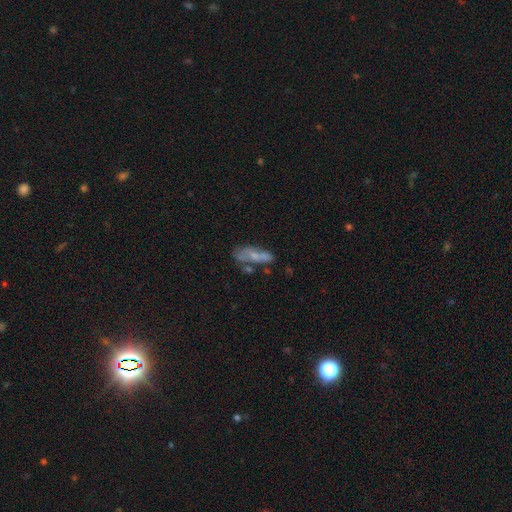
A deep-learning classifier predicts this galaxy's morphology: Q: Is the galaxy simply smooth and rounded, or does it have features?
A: smooth — 51%.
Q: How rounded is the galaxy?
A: in between — 57%.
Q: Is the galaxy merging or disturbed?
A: none — 37%.